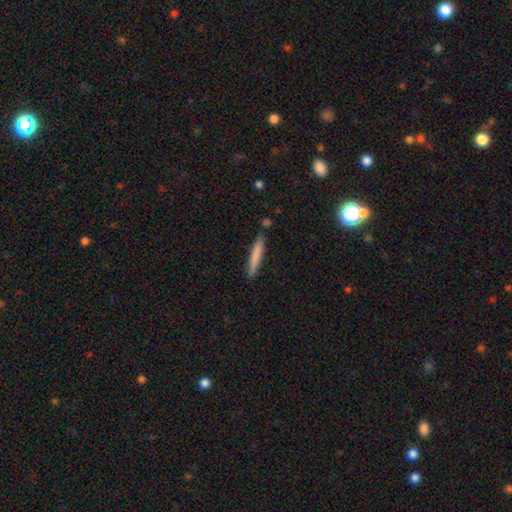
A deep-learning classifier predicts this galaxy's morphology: Overall: smooth (78%). How rounded: cigar-shaped (94%). Merging: none (85%).